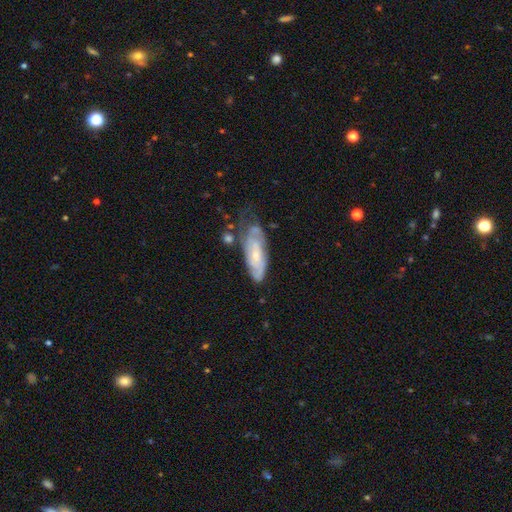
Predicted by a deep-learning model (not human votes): Q: Smooth or featured?
A: featured or disk (65%); runner-up: smooth (29%)
Q: Edge-on disk?
A: no (86%); runner-up: yes (14%)
Q: Bar?
A: no (68%); runner-up: weak (25%)
Q: Spiral arms?
A: yes (78%); runner-up: no (22%)
Q: Bulge size?
A: small (60%); runner-up: moderate (35%)
Q: Merging?
A: none (43%); runner-up: minor disturbance (31%)